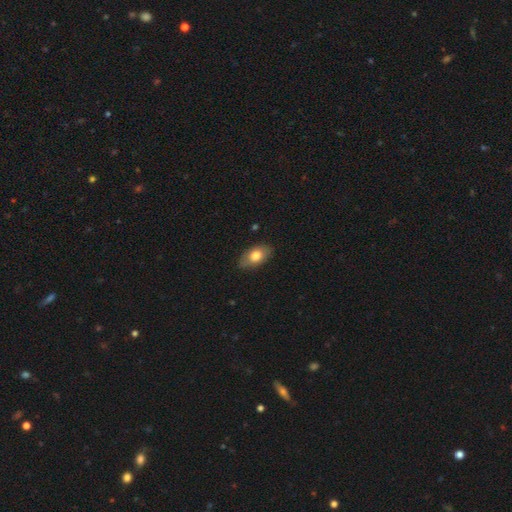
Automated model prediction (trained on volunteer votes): A smooth galaxy with no disk features (74%) that is in between round and cigar-shaped (91%). Merging: none (83%).